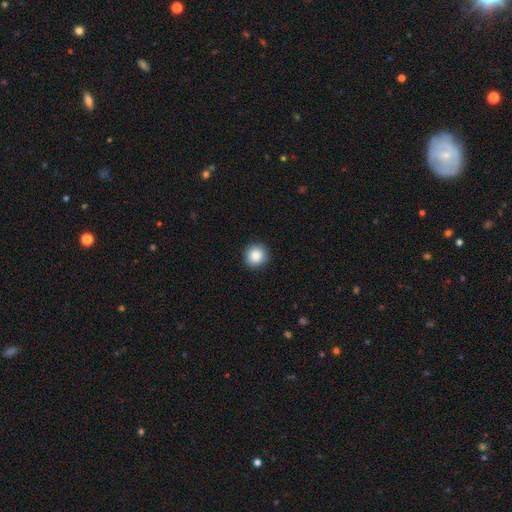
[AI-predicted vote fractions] Smooth or featured? smooth (86%)
How rounded? round (93%)
Merging? none (90%)